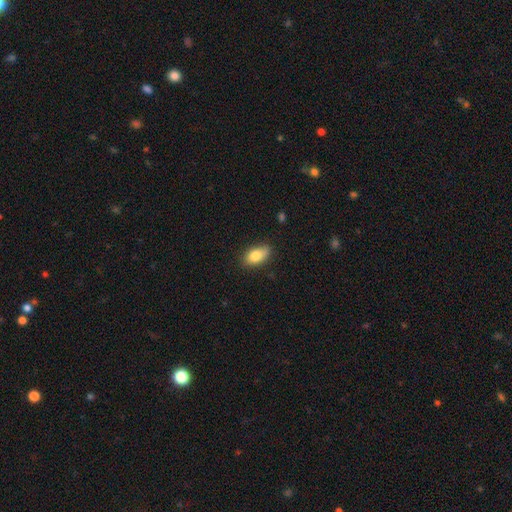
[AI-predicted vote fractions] Smooth or featured?
  - smooth: 83% *
  - featured or disk: 10%
  - star or artifact: 7%
How rounded?
  - in between: 89% *
  - round: 6%
  - cigar-shaped: 4%
Merging?
  - none: 72% *
  - minor disturbance: 22%
  - major disturbance: 4%
  - merger: 2%